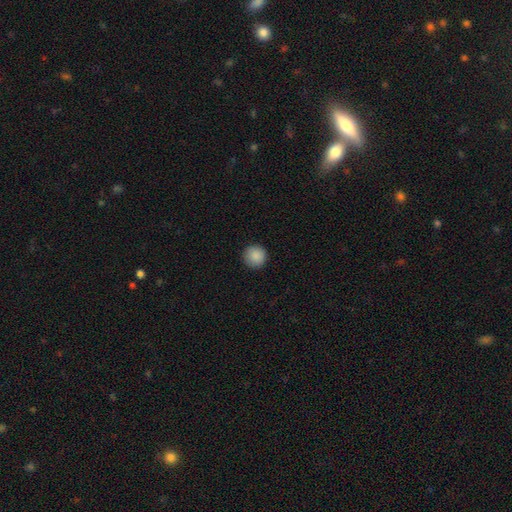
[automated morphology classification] Smooth or featured: smooth — 89% (star or artifact — 8%)
How rounded: round — 95% (in between — 4%)
Merging: none — 92% (minor disturbance — 6%)